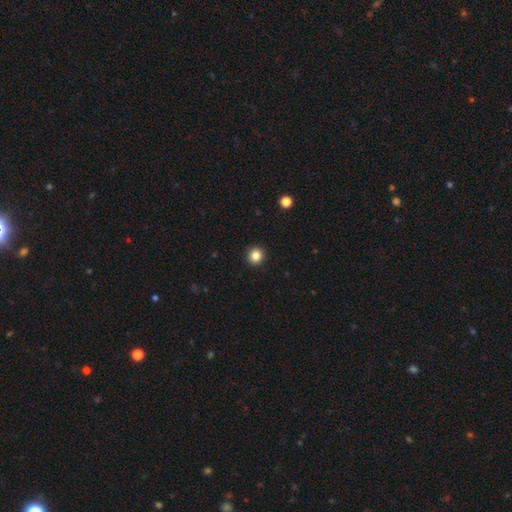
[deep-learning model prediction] smooth 85%, star or artifact 11%, featured or disk 4%. Down the decision tree: how rounded — round (92%); merging — none (93%).